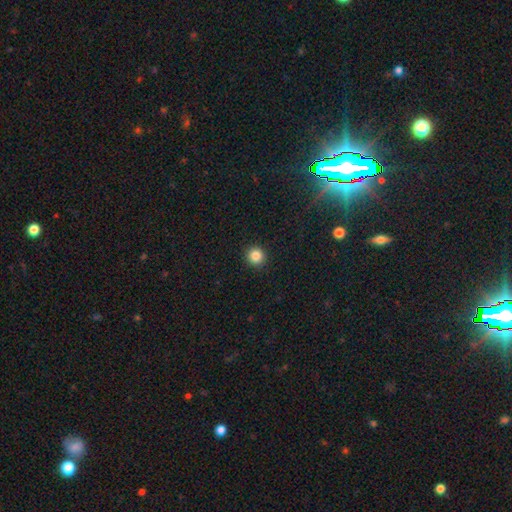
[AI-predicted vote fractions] smooth 85%, star or artifact 11%, featured or disk 4%. Down the decision tree: how rounded — round (94%); merging — none (93%).